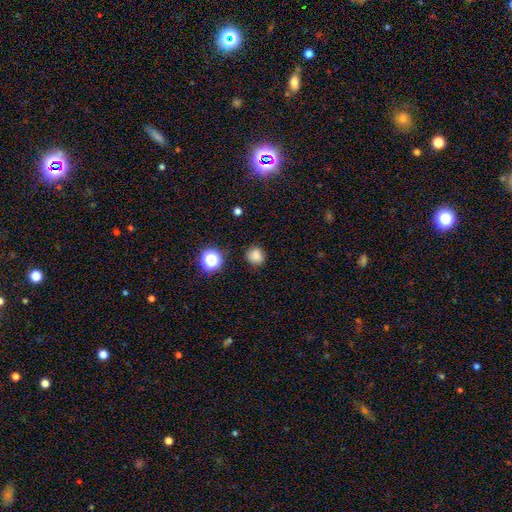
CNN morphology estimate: The model was most divided on "how rounded": round: 78%, in between: 21%, cigar-shaped: 1%. More confident: merging — none (82%); smooth or featured — smooth (81%).